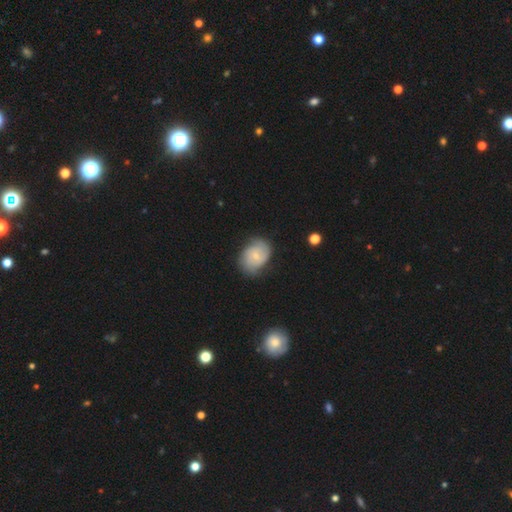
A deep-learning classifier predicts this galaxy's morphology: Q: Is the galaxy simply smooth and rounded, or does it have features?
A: featured or disk — 54%.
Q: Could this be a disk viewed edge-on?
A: no — 97%.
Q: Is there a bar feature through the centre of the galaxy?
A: no — 75%.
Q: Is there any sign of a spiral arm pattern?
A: yes — 82%.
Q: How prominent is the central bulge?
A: small — 70%.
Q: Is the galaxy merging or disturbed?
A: none — 64%.